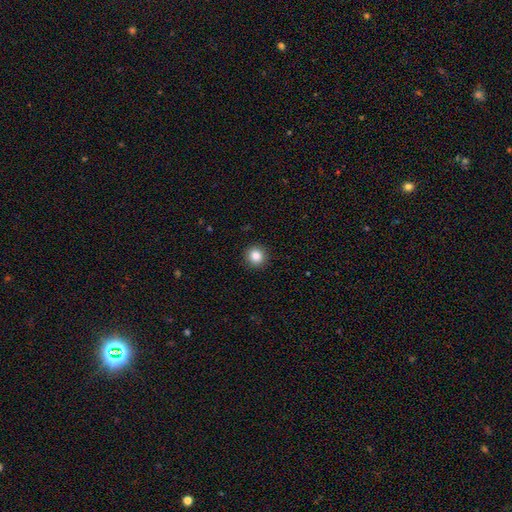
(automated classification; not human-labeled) Smooth or featured? smooth (86%)
How rounded? round (91%)
Merging? none (92%)